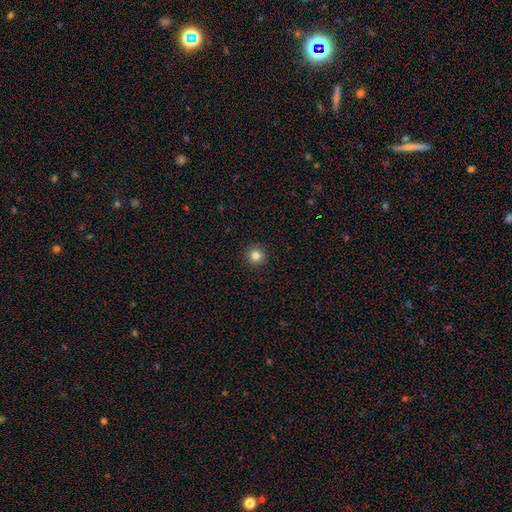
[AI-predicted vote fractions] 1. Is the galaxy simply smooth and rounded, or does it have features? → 82% smooth, 12% star or artifact, 6% featured or disk.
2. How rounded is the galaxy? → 95% round, 4% in between, 1% cigar-shaped.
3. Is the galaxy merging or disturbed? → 93% none, 5% minor disturbance, 2% major disturbance, 1% merger.